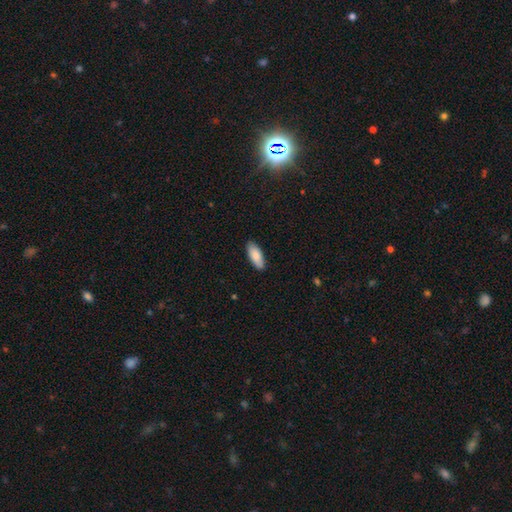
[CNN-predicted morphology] smooth-or-featured: smooth: 86% | featured or disk: 9% | star or artifact: 5%
  how-rounded: in between: 78% | cigar-shaped: 20% | round: 2%
  merging: none: 87% | minor disturbance: 10% | major disturbance: 2% | merger: 1%